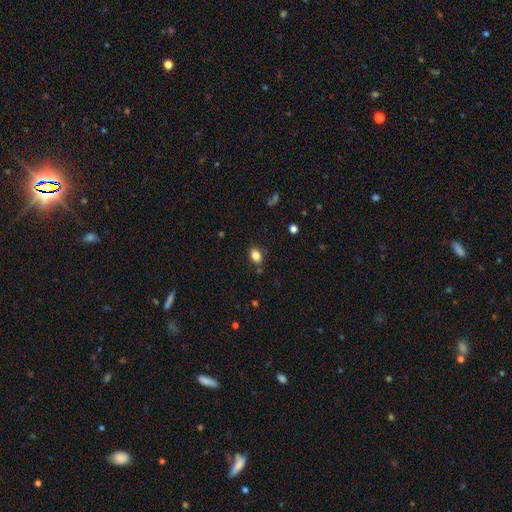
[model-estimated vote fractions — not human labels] The model was most divided on "how rounded": in between: 72%, round: 26%, cigar-shaped: 1%. More confident: smooth or featured — smooth (83%); merging — none (80%).